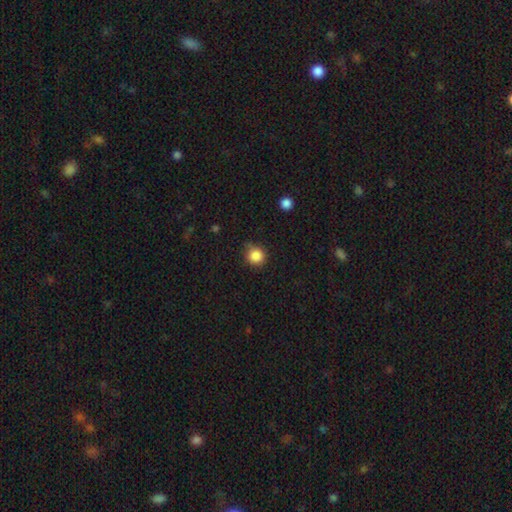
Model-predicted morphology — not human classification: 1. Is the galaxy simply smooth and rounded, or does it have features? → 85% smooth, 11% star or artifact, 4% featured or disk.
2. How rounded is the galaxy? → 88% round, 11% in between, 1% cigar-shaped.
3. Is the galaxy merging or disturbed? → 69% none, 24% minor disturbance, 5% major disturbance, 2% merger.